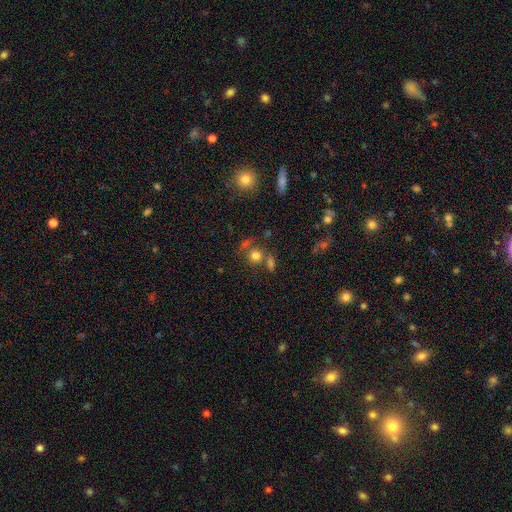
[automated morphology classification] Q: Smooth or featured?
A: smooth (75%); runner-up: star or artifact (16%)
Q: How rounded?
A: round (85%); runner-up: in between (14%)
Q: Merging?
A: none (59%); runner-up: merger (23%)